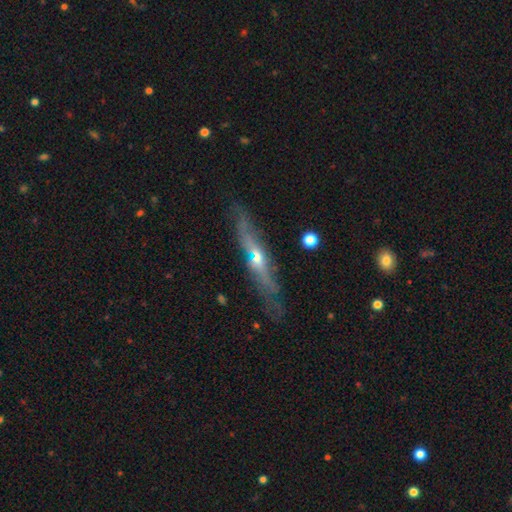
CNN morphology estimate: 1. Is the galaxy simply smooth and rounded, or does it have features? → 72% featured or disk, 20% smooth, 8% star or artifact.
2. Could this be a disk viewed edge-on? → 87% yes, 13% no.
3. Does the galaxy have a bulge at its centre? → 81% rounded, 16% none, 3% boxy.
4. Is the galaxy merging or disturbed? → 81% none, 14% minor disturbance, 3% major disturbance, 2% merger.